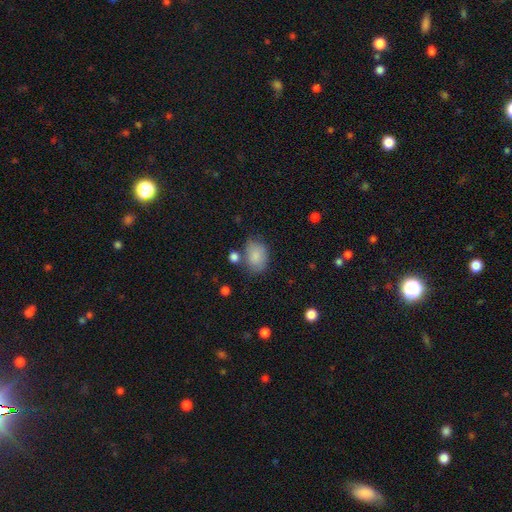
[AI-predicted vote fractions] The model was most divided on "merging": none: 59%, minor disturbance: 22%, merger: 11%, major disturbance: 8%. More confident: smooth or featured — smooth (84%); how rounded — in between (78%).